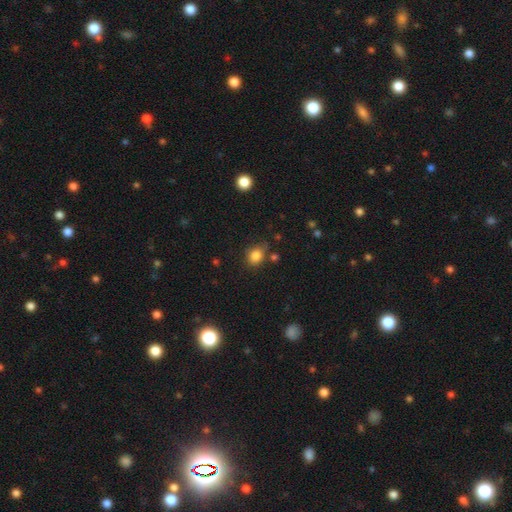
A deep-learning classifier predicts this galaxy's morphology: This is clearly a smooth galaxy (83%). How rounded: possibly round (59%). Merging: likely none (69%).